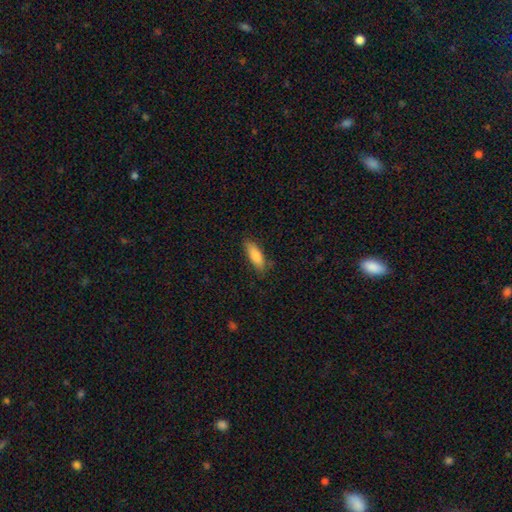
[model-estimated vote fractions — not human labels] Overall: smooth (85%). How rounded: in between (60%; cigar-shaped 38%). Merging: none (78%).